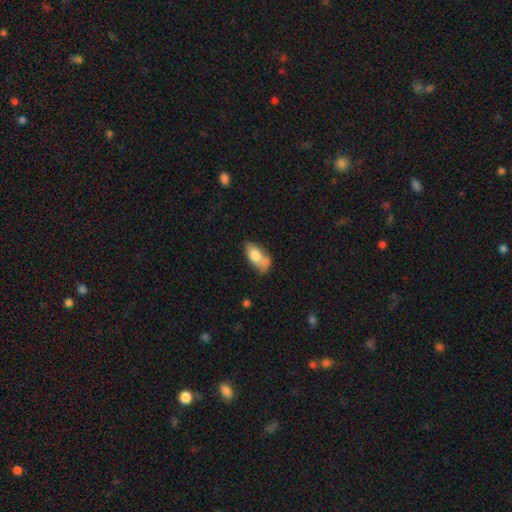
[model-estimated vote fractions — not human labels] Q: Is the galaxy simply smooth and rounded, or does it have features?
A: smooth — 72%.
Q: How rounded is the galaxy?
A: in between — 87%.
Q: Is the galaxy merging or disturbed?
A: none — 36%.